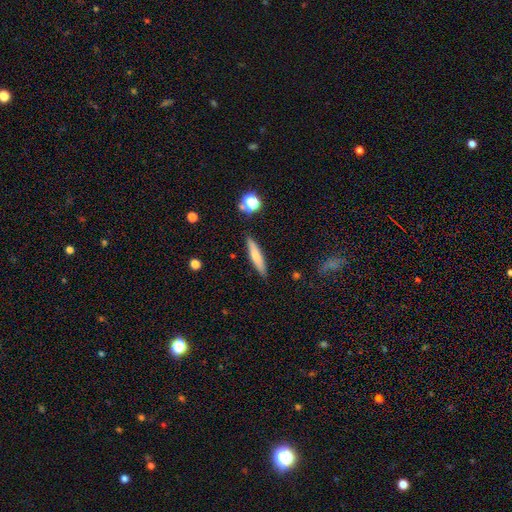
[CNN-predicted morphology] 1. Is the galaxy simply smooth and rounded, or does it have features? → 65% smooth, 27% featured or disk, 8% star or artifact.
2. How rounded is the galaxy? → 86% cigar-shaped, 12% in between, 2% round.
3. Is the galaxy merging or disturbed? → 86% none, 10% minor disturbance, 2% major disturbance, 2% merger.